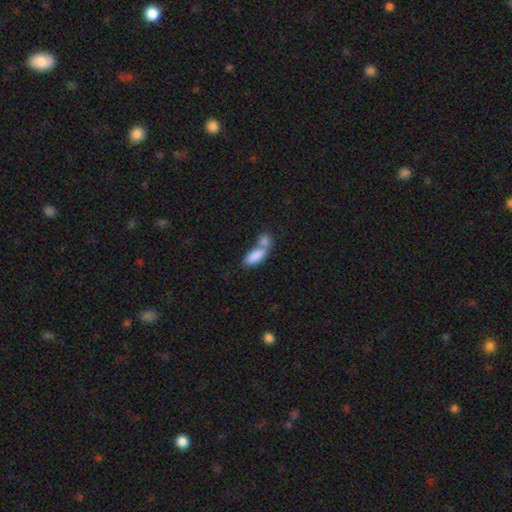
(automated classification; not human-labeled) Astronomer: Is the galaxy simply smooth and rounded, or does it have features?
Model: smooth — 83%.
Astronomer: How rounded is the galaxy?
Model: in between — 80%.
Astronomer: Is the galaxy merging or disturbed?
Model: merger — 61%.